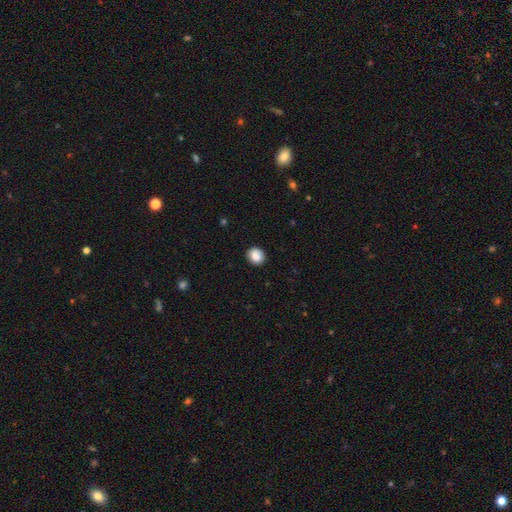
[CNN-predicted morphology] smooth_or_featured: smooth (p=0.87) [alt: star or artifact p=0.09]
how_rounded: round (p=0.70) [alt: in between p=0.29]
merging: none (p=0.86) [alt: minor disturbance p=0.10]